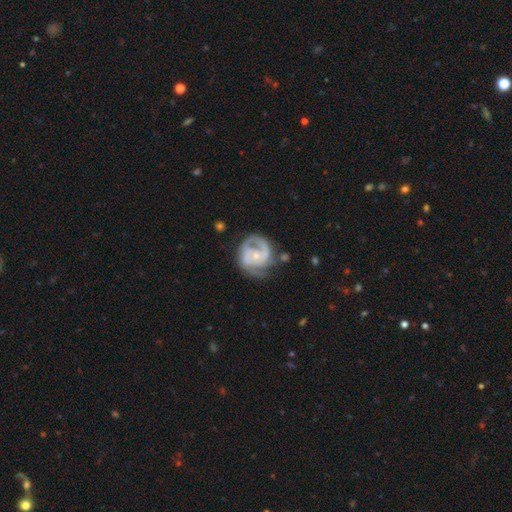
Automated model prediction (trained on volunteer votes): Smooth or featured: featured or disk — 83% (smooth — 12%)
Edge-on disk: no — 98% (yes — 2%)
Bar: no — 58% (weak — 33%)
Spiral arms: yes — 91% (no — 9%)
Spiral winding: tight — 46% (medium — 41%)
Spiral arm count: 2 — 57% (can't tell — 16%)
Bulge size: small — 68% (moderate — 26%)
Merging: none — 55% (minor disturbance — 24%)